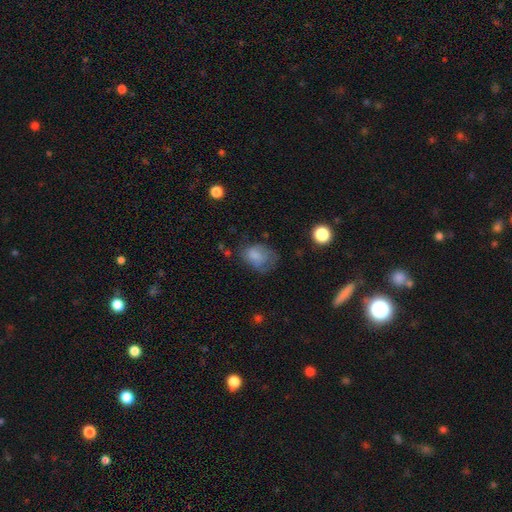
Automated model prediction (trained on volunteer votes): smooth 70%, featured or disk 19%, star or artifact 10%. Down the decision tree: how rounded — in between (65%); merging — none (35%).